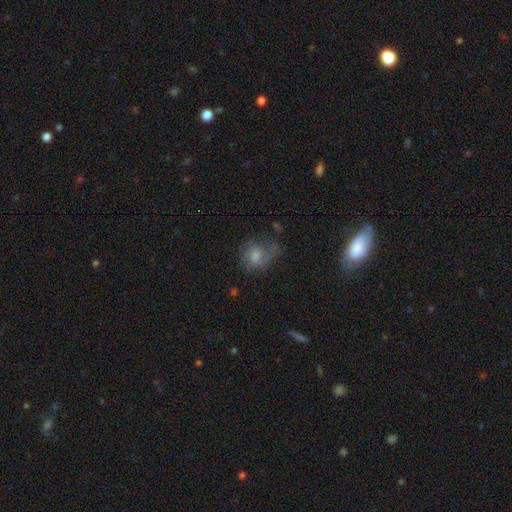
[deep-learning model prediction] Smooth or featured?
  - smooth: 55% *
  - featured or disk: 33%
  - star or artifact: 12%
How rounded?
  - round: 55% *
  - in between: 44%
  - cigar-shaped: 1%
Merging?
  - none: 42% *
  - major disturbance: 28%
  - minor disturbance: 27%
  - merger: 3%